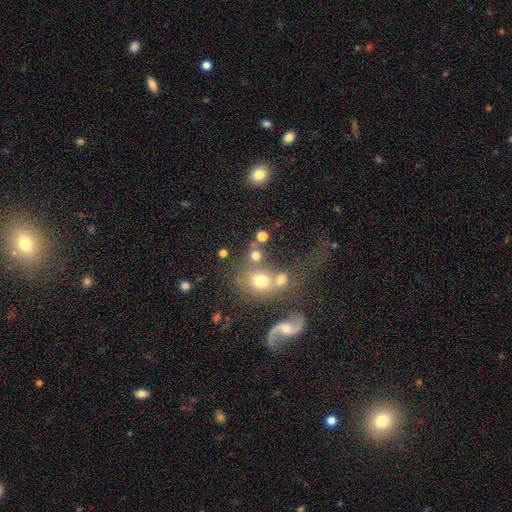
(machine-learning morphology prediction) This appears to be a smooth galaxy with no disk features (69%) that is round (79%). Merging: none (49%).